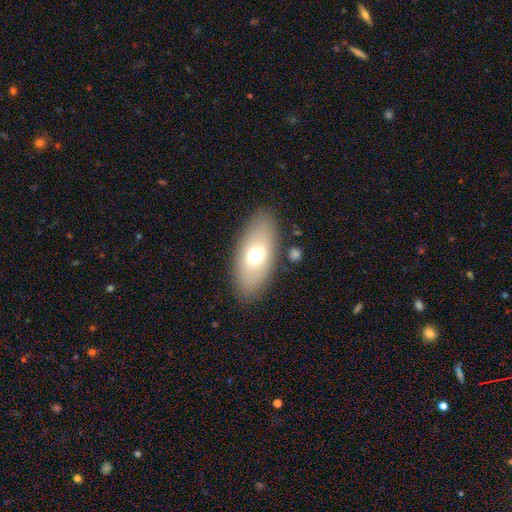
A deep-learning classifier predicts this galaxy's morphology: Overall: smooth (66%). How rounded: in between (88%). Merging: none (84%).